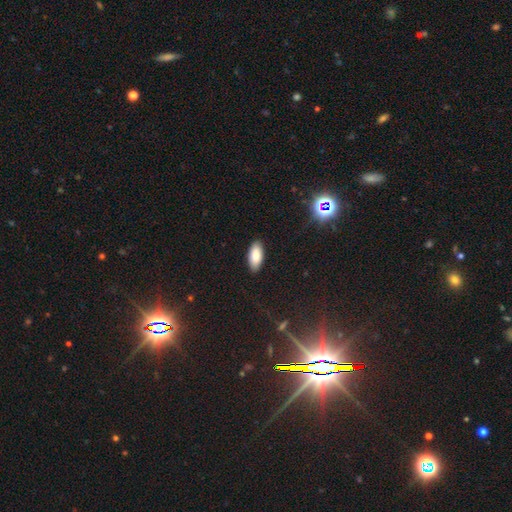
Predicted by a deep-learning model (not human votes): smooth_or_featured: smooth (p=0.86) [alt: featured or disk p=0.07]
how_rounded: in between (p=0.89) [alt: cigar-shaped p=0.09]
merging: none (p=0.89) [alt: minor disturbance p=0.09]